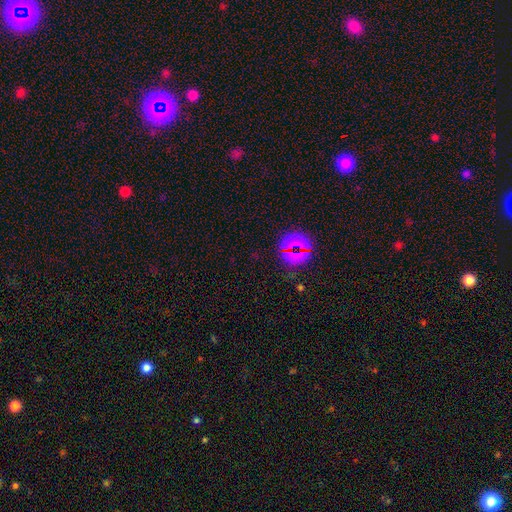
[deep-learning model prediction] Overall: star or artifact (65%; smooth 28%).